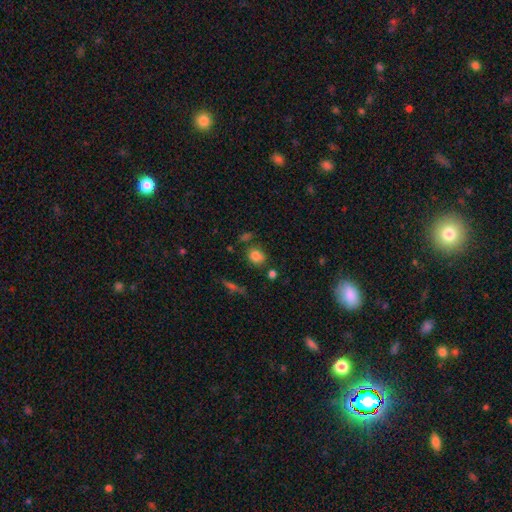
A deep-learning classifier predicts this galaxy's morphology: smooth-or-featured: smooth: 81% | star or artifact: 12% | featured or disk: 7%
  how-rounded: round: 61% | in between: 37% | cigar-shaped: 2%
  merging: none: 71% | minor disturbance: 15% | merger: 8% | major disturbance: 5%